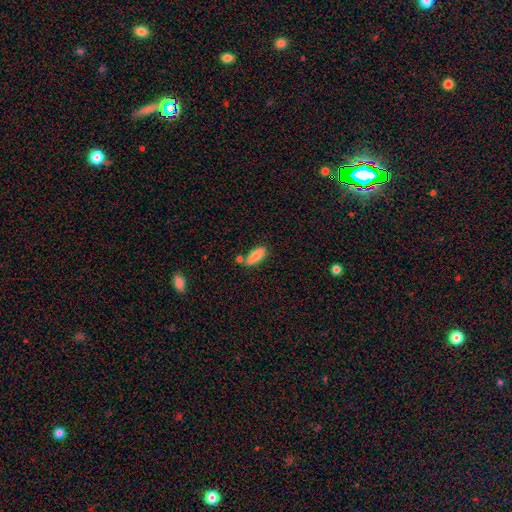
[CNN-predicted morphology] Q: Smooth or featured?
A: smooth (81%); runner-up: featured or disk (12%)
Q: How rounded?
A: in between (71%); runner-up: cigar-shaped (27%)
Q: Merging?
A: none (71%); runner-up: minor disturbance (14%)